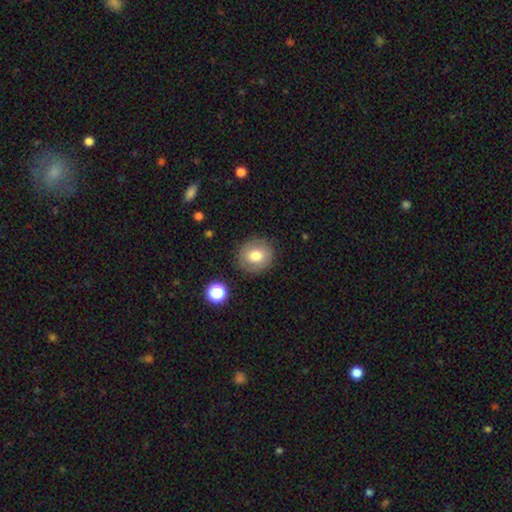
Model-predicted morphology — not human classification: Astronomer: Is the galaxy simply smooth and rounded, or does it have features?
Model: smooth — 74%.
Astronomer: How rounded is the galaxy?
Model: round — 87%.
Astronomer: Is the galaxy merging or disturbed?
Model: none — 86%.